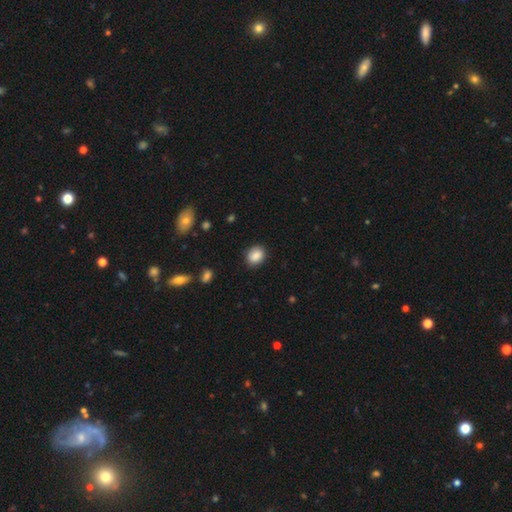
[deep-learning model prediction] Smooth or featured: smooth — 87% (star or artifact — 8%)
How rounded: round — 55% (in between — 44%)
Merging: none — 85% (minor disturbance — 11%)